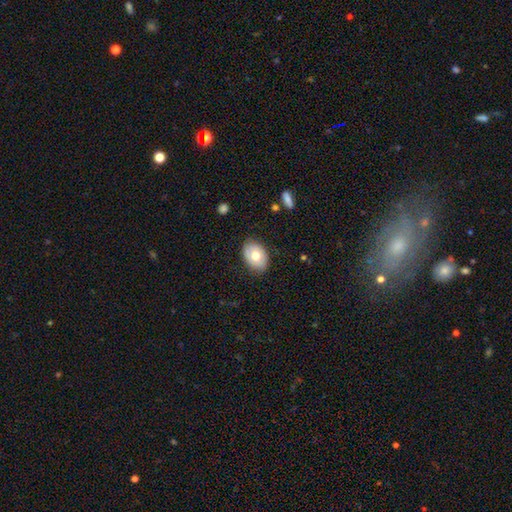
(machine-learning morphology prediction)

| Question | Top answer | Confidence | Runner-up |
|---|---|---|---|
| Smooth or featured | smooth | 65% | featured or disk (28%) |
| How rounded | in between | 77% | round (22%) |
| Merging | none | 83% | minor disturbance (13%) |